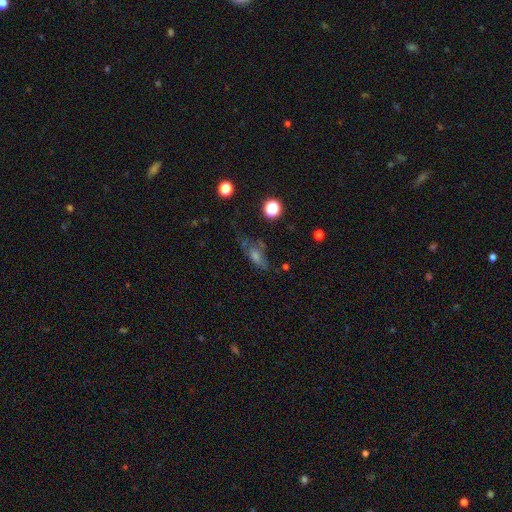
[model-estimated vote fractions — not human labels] smooth_or_featured: smooth (p=0.43) [alt: featured or disk p=0.32]
merging: none (p=0.53) [alt: minor disturbance p=0.24]